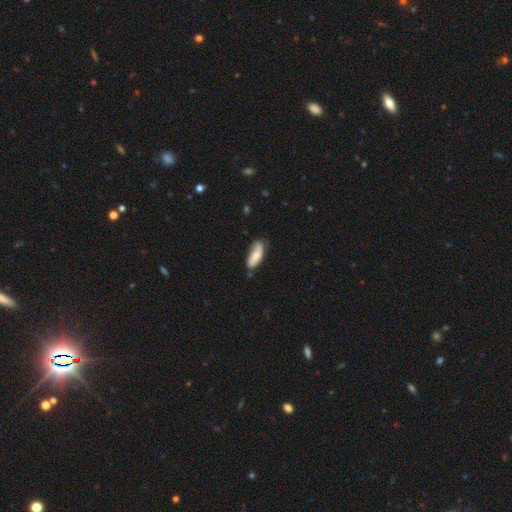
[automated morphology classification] A smooth galaxy with no disk features (69%) that is in between round and cigar-shaped (74%). Merging: none (62%).